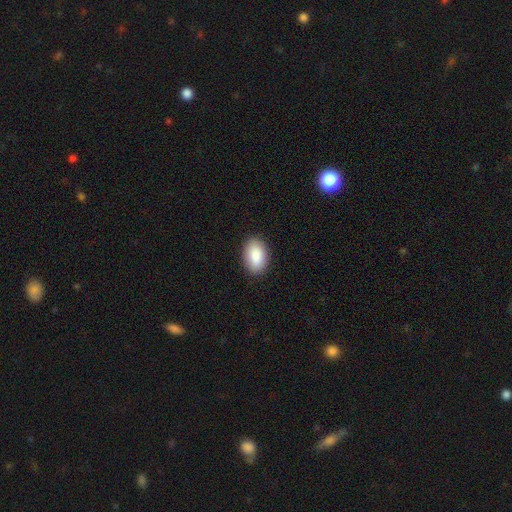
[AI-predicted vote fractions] smooth_or_featured: smooth (p=0.89) [alt: star or artifact p=0.06]
how_rounded: in between (p=0.93) [alt: round p=0.06]
merging: none (p=0.89) [alt: minor disturbance p=0.08]